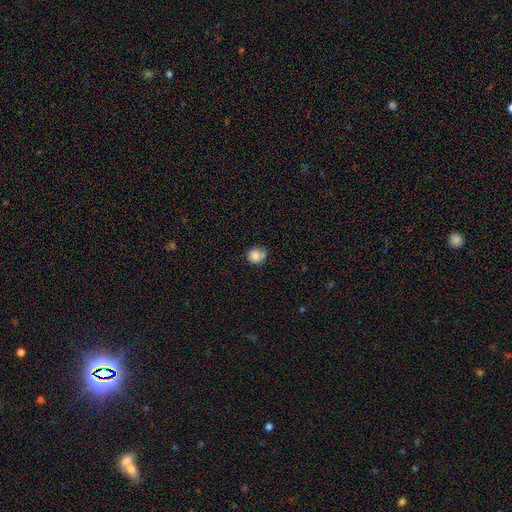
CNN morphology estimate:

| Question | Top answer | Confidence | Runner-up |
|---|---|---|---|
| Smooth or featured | smooth | 79% | featured or disk (11%) |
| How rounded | round | 76% | in between (23%) |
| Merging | none | 51% | minor disturbance (26%) |